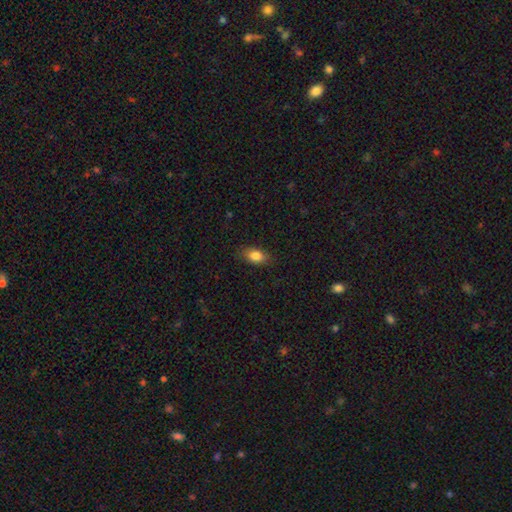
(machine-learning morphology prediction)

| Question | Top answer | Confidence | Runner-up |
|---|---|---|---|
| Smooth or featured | smooth | 84% | star or artifact (8%) |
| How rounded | in between | 87% | round (9%) |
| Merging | none | 84% | minor disturbance (12%) |